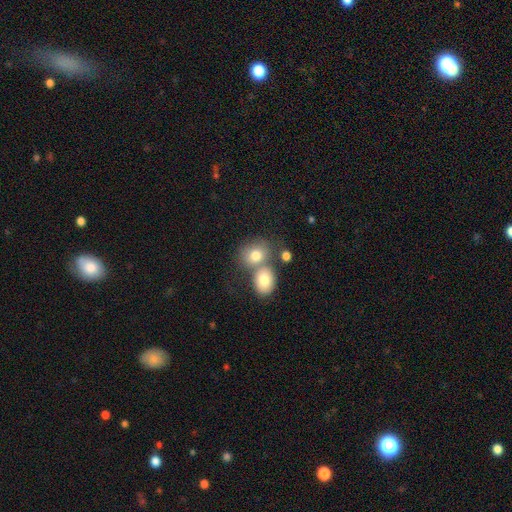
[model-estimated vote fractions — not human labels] The model was most divided on "how rounded": round: 51%, in between: 48%, cigar-shaped: 1%. Remaining: smooth or featured — smooth (77%); merging — merger (46%).